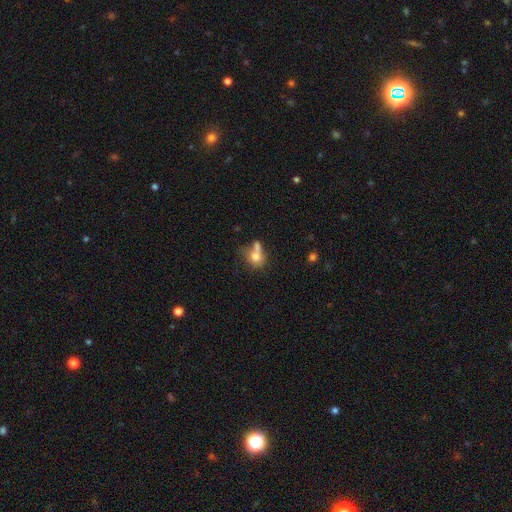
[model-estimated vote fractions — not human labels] A smooth galaxy with no disk features (74%) that is round (60%).

Vote fractions:
- Smooth or featured? smooth: 74% / featured or disk: 15% / star or artifact: 10%
- How rounded? round: 60% / in between: 38% / cigar-shaped: 2%
- Merging? merger: 39% / none: 36% / minor disturbance: 15% / major disturbance: 10%